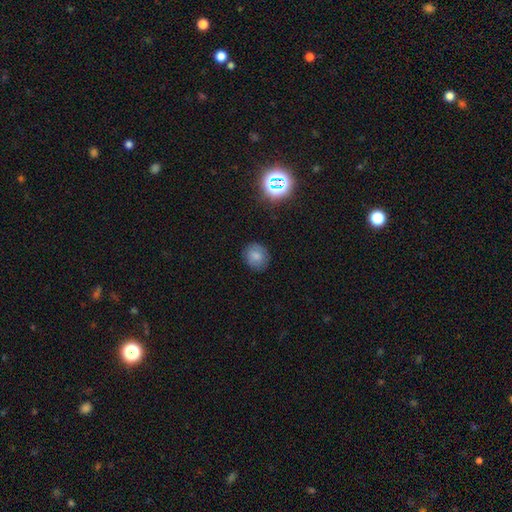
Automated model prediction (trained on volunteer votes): Smooth or featured: smooth — 77% (star or artifact — 14%)
How rounded: round — 77% (in between — 22%)
Merging: none — 84% (minor disturbance — 12%)